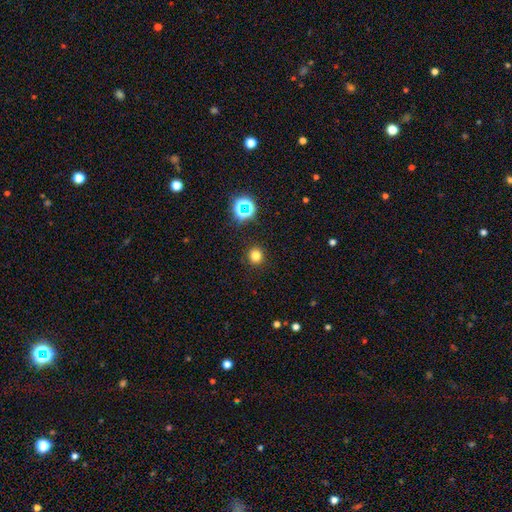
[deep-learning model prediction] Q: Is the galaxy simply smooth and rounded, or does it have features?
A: smooth — 76%.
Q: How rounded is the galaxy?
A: round — 91%.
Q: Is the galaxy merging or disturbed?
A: none — 91%.